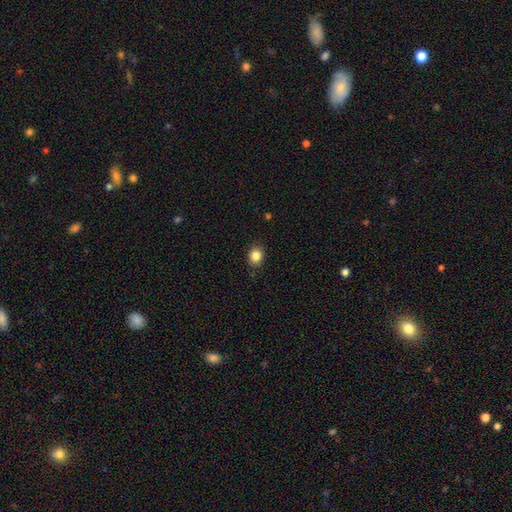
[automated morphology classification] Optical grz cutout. It shows a smooth galaxy with no disk features (85%) that is round (60%). Merging: none (85%).